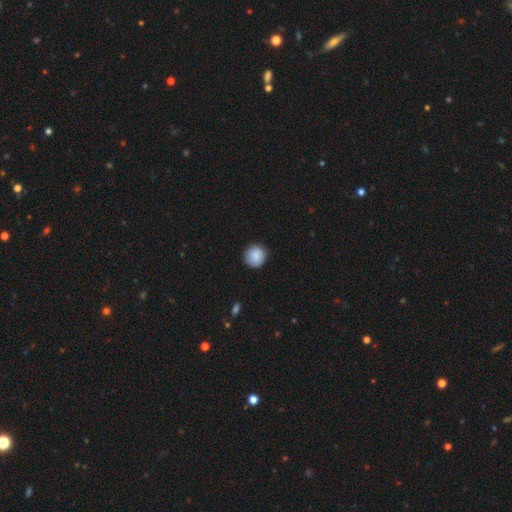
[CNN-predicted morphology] smooth_or_featured: smooth (p=0.85) [alt: featured or disk p=0.08]
how_rounded: round (p=0.93) [alt: in between p=0.06]
merging: none (p=0.86) [alt: minor disturbance p=0.11]